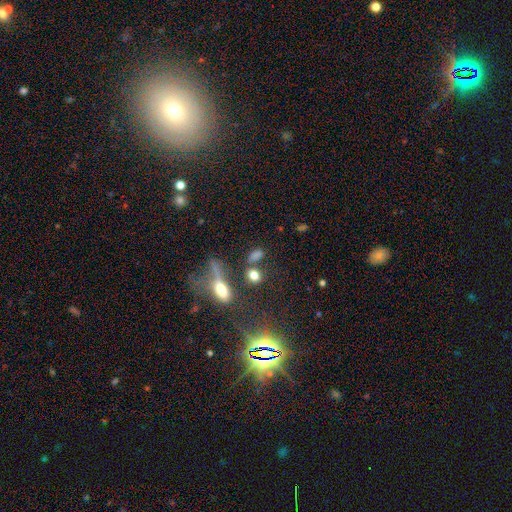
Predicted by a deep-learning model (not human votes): smooth-or-featured: smooth: 58% | star or artifact: 27% | featured or disk: 15%
  how-rounded: in between: 59% | round: 24% | cigar-shaped: 17%
  merging: none: 57% | merger: 18% | minor disturbance: 14% | major disturbance: 11%